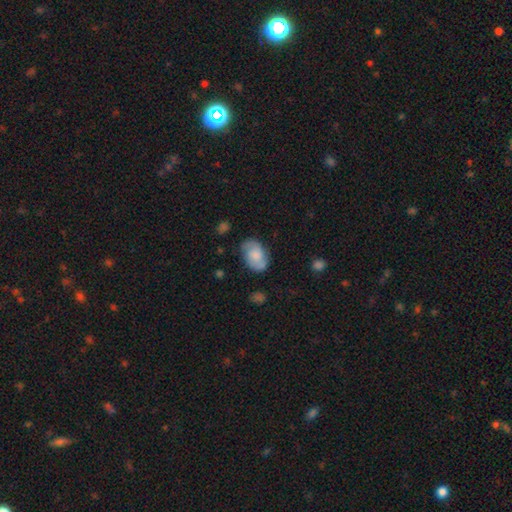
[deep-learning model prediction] Morphology: type=featured or disk (48%); merging=none (72%).